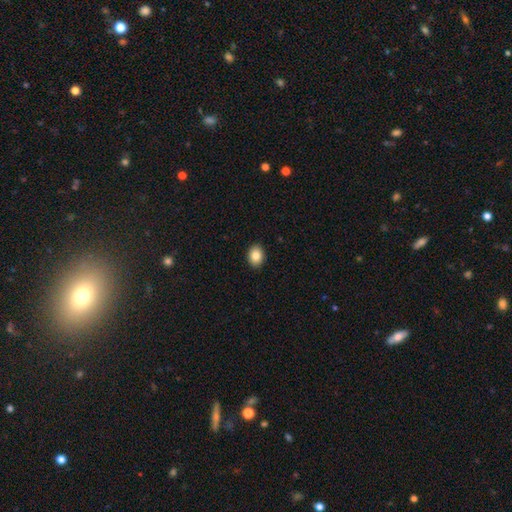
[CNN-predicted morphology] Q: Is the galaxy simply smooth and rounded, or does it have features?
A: smooth — 84%.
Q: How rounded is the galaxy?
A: in between — 63%.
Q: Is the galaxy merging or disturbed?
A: none — 91%.